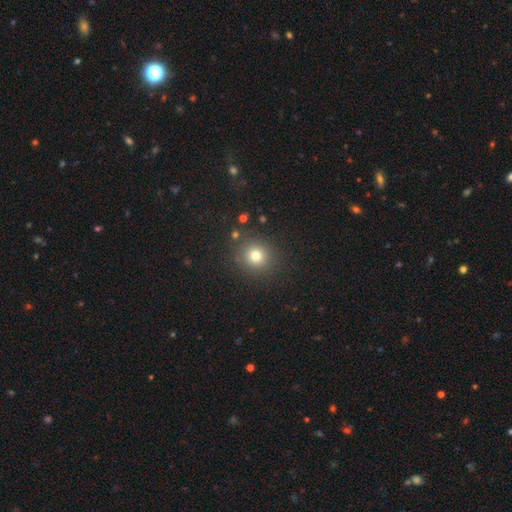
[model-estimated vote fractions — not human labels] Smooth or featured?
  - smooth: 76% *
  - star or artifact: 16%
  - featured or disk: 8%
How rounded?
  - round: 89% *
  - in between: 10%
  - cigar-shaped: 1%
Merging?
  - none: 86% *
  - minor disturbance: 8%
  - major disturbance: 3%
  - merger: 3%